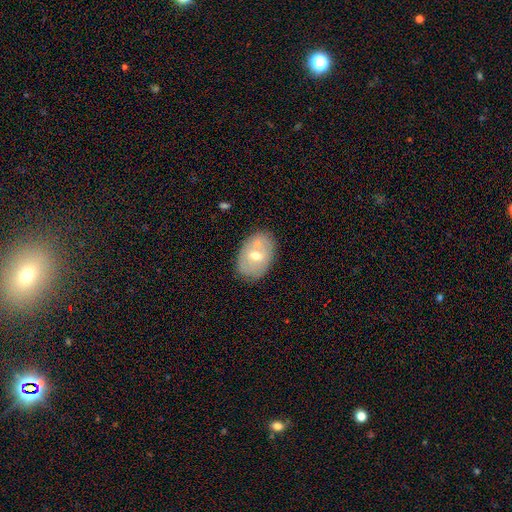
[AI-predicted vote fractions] smooth-or-featured: smooth: 50% | featured or disk: 43% | star or artifact: 7%
  merging: none: 67% | minor disturbance: 15% | merger: 14% | major disturbance: 4%